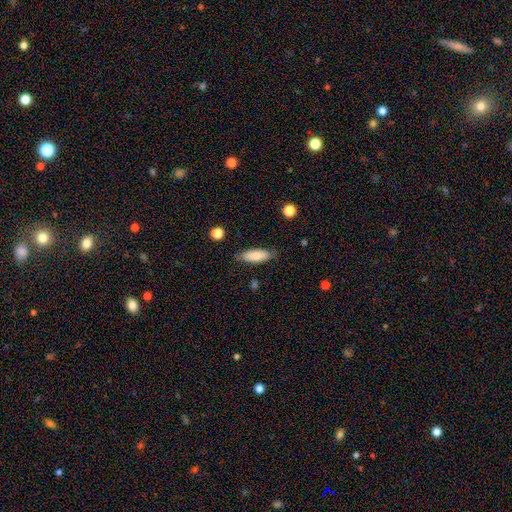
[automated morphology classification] smooth-or-featured: smooth: 81% | featured or disk: 12% | star or artifact: 6%
  how-rounded: in between: 66% | cigar-shaped: 32% | round: 2%
  merging: none: 79% | minor disturbance: 16% | major disturbance: 3% | merger: 2%